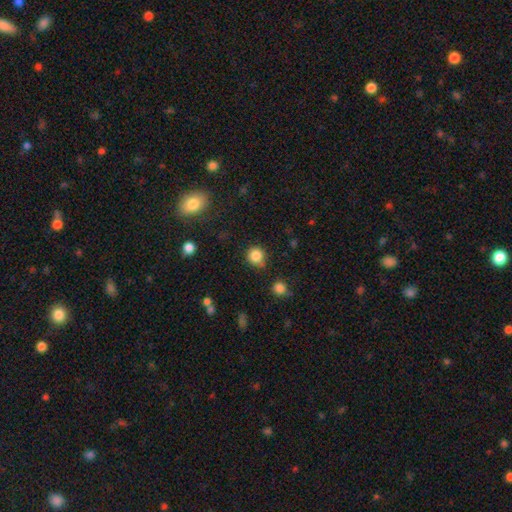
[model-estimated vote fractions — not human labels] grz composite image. It shows a smooth galaxy with no disk features (84%) that is round (88%). Merging: none (75%).